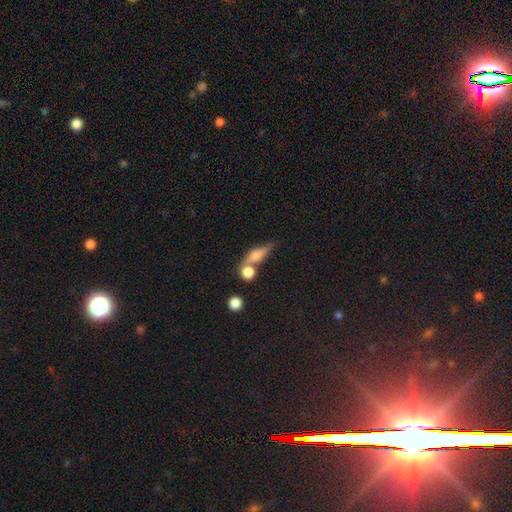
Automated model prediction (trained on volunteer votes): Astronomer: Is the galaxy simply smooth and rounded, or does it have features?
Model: smooth — 58%.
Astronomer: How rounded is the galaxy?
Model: in between — 40% (runner-up: cigar-shaped, 38%).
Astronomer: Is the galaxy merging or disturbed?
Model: none — 46% (runner-up: merger, 30%).